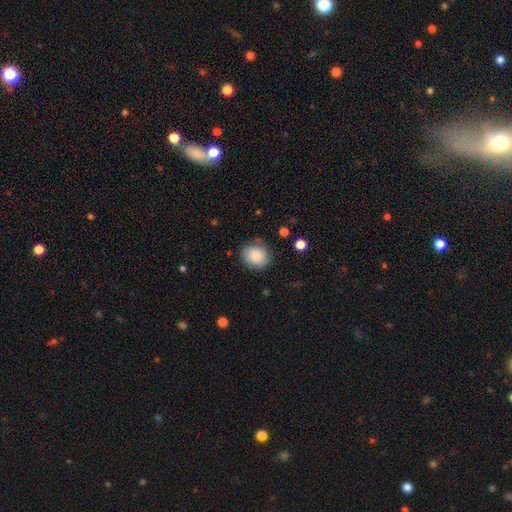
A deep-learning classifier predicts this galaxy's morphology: smooth-or-featured: smooth: 87% | star or artifact: 8% | featured or disk: 5%
  how-rounded: round: 72% | in between: 28% | cigar-shaped: 1%
  merging: none: 82% | minor disturbance: 13% | major disturbance: 4% | merger: 2%